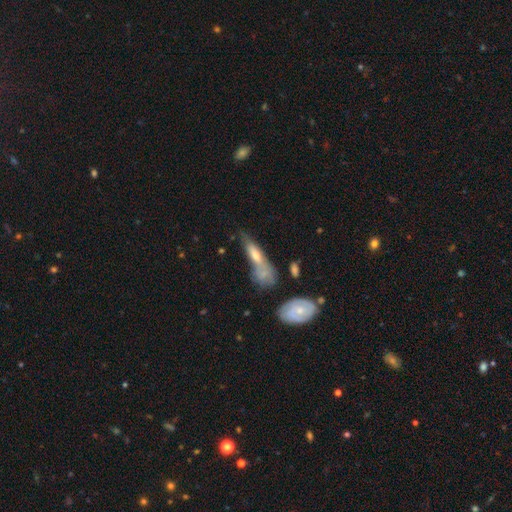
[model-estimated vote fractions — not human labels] Morphology: type=smooth (47%); merging=none (36%).